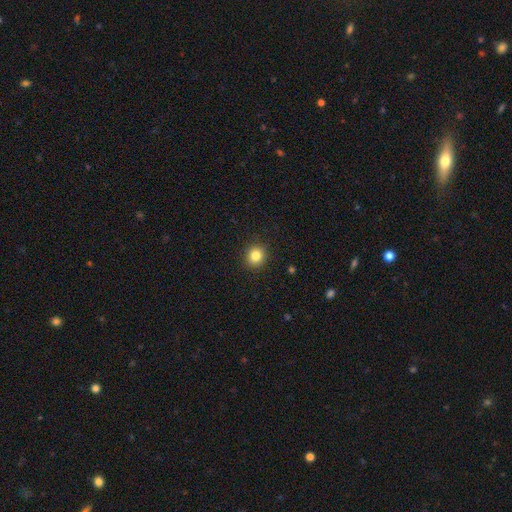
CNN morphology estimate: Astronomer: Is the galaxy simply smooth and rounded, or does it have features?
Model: smooth — 83%.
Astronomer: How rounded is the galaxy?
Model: round — 86%.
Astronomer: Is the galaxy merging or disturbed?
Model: none — 92%.